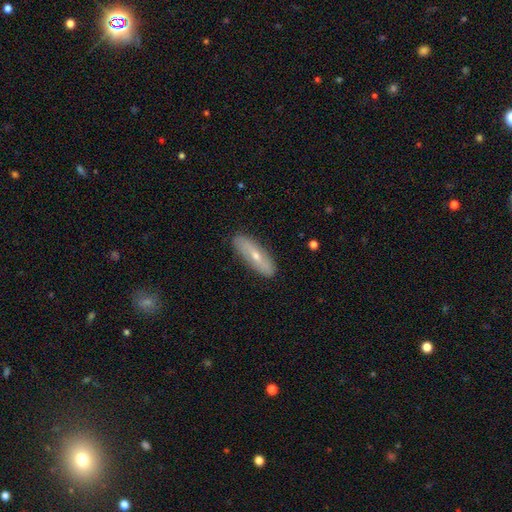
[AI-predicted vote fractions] Smooth or featured? featured or disk (47%)
Merging? none (87%)